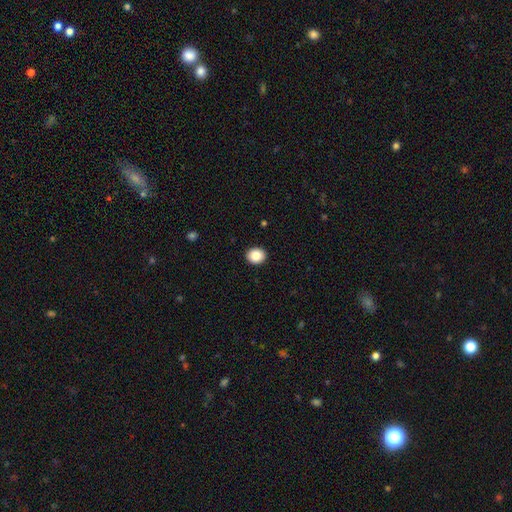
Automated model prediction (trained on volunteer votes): This appears to be a smooth galaxy with no disk features (85%) that is round (69%). Merging: none (92%).